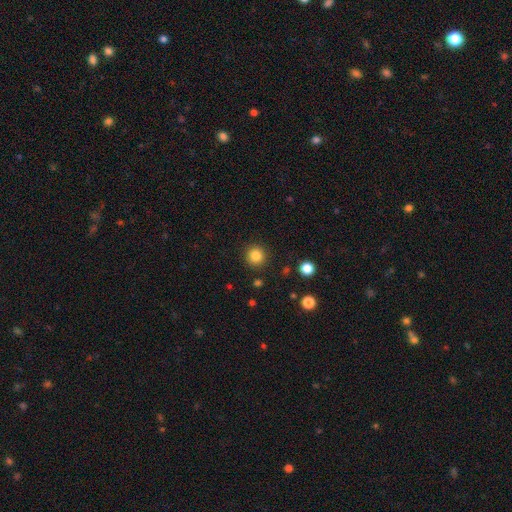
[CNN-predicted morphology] Smooth or featured? Predicted: smooth (p=0.84). How rounded? Predicted: round (p=0.94). Merging? Predicted: none (p=0.91).